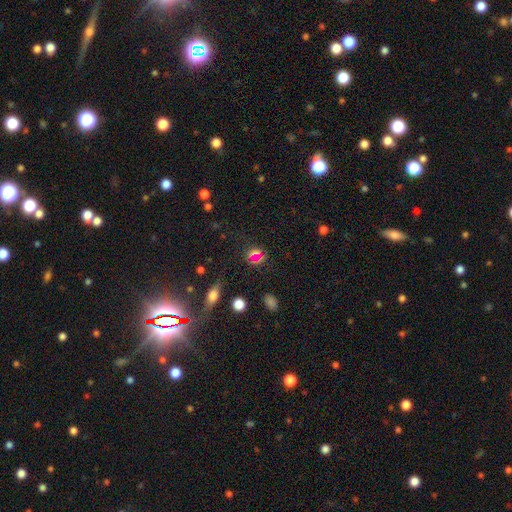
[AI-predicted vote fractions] Q: Smooth or featured?
A: smooth (48%); runner-up: star or artifact (41%)
Q: Merging?
A: none (73%); runner-up: minor disturbance (13%)